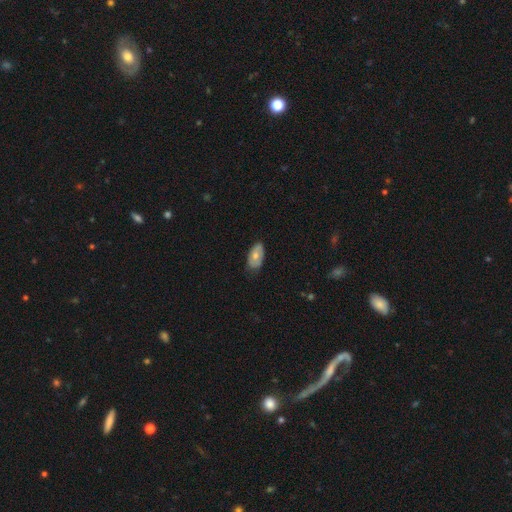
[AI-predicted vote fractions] The model was most divided on "smooth or featured": smooth: 62%, featured or disk: 31%, star or artifact: 6%. More confident: how rounded — in between (93%); merging — none (74%).